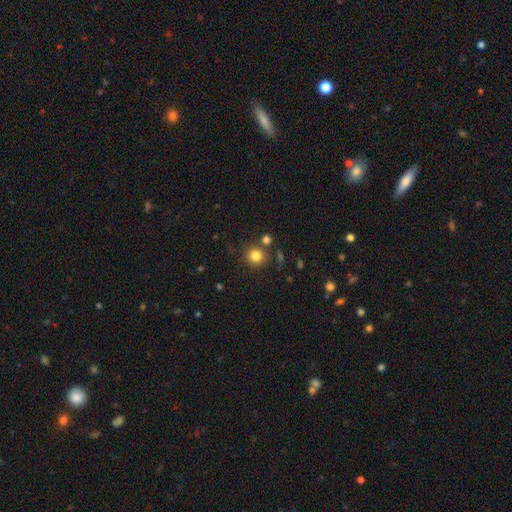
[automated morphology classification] smooth 81%, star or artifact 13%, featured or disk 6%. Down the decision tree: how rounded — round (90%); merging — none (78%).